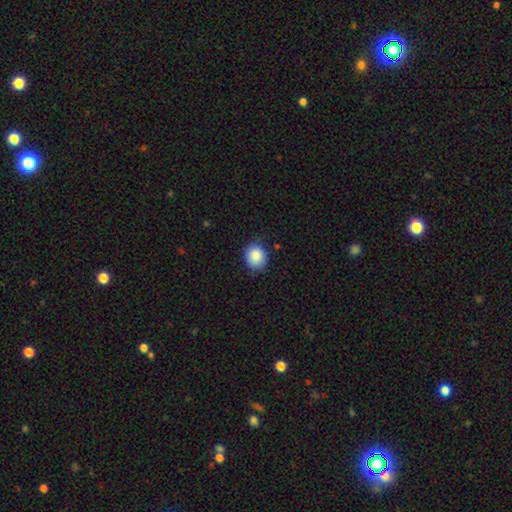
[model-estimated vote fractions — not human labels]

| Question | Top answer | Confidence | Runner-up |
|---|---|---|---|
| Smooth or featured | smooth | 86% | star or artifact (8%) |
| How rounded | round | 74% | in between (25%) |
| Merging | none | 77% | minor disturbance (18%) |